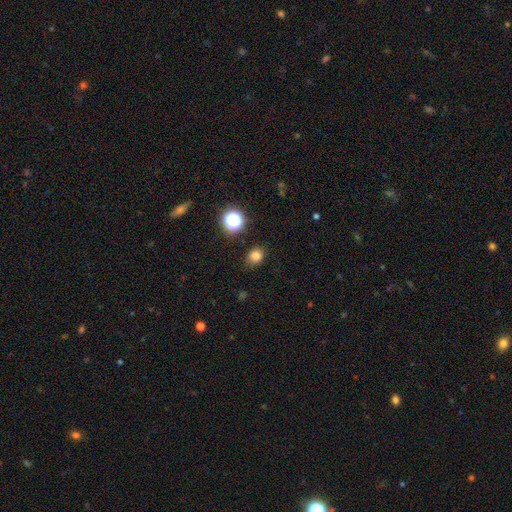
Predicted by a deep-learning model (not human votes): A smooth galaxy with no disk features (80%) that is round (61%). Merging: none (81%).